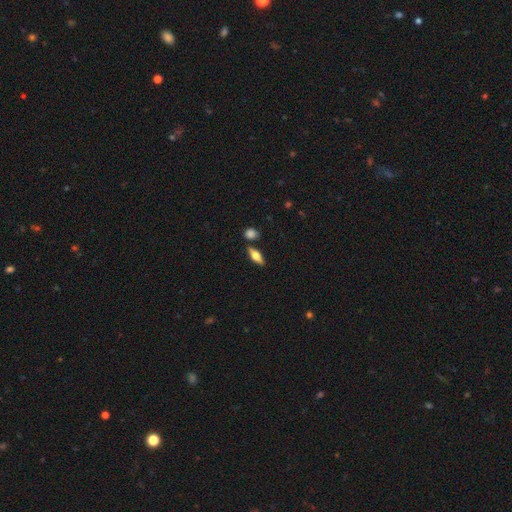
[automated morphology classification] Smooth or featured: featured or disk — 47% (smooth — 46%)
Merging: none — 81% (minor disturbance — 9%)